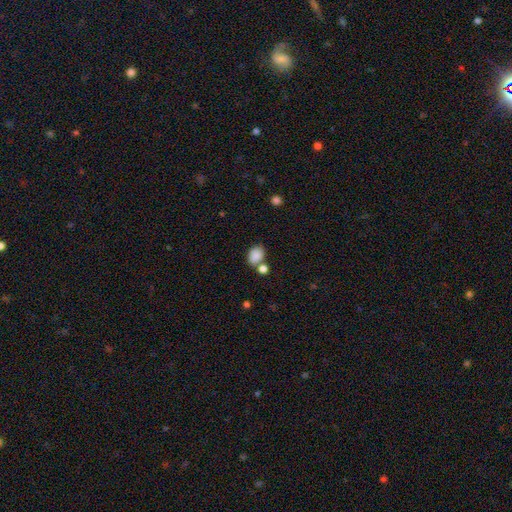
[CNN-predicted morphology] Smooth or featured: smooth — 86% (star or artifact — 9%)
How rounded: in between — 67% (round — 32%)
Merging: none — 58% (merger — 24%)